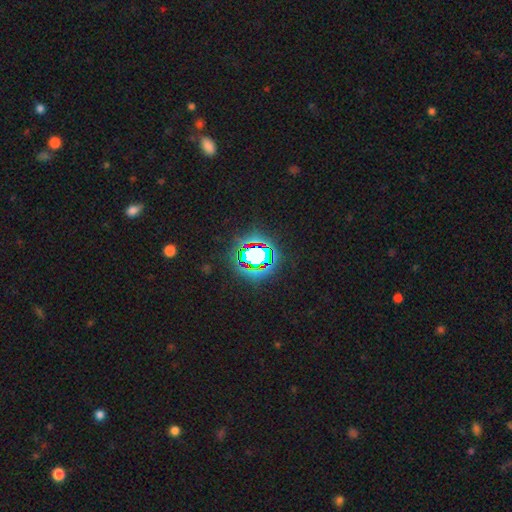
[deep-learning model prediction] The model was most divided on "smooth or featured": star or artifact: 68%, smooth: 20%, featured or disk: 12%.